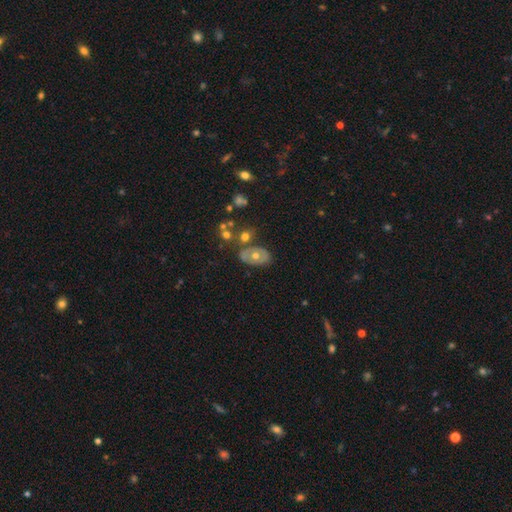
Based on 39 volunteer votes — Smooth or featured: featured or disk — 62% (smooth — 33%)
Edge-on disk: no — 88% (yes — 12%)
Bar: no — 86% (weak — 14%)
Spiral arms: no — 90% (yes — 10%)
Bulge size: moderate — 76% (large — 10%)
Merging: none — 76% (minor disturbance — 14%)